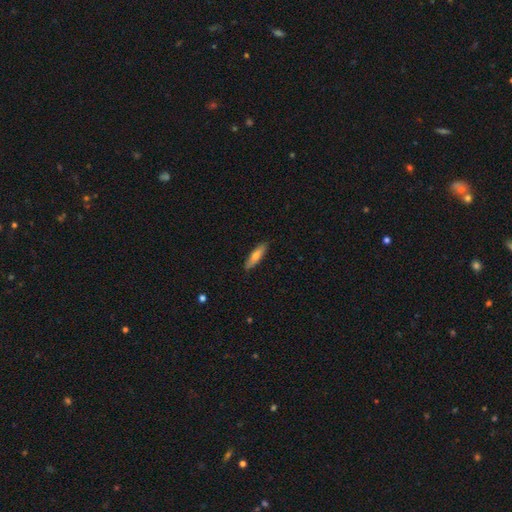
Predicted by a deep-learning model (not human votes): Q: Smooth or featured?
A: smooth (68%); runner-up: featured or disk (26%)
Q: How rounded?
A: cigar-shaped (72%); runner-up: in between (27%)
Q: Merging?
A: none (88%); runner-up: minor disturbance (9%)